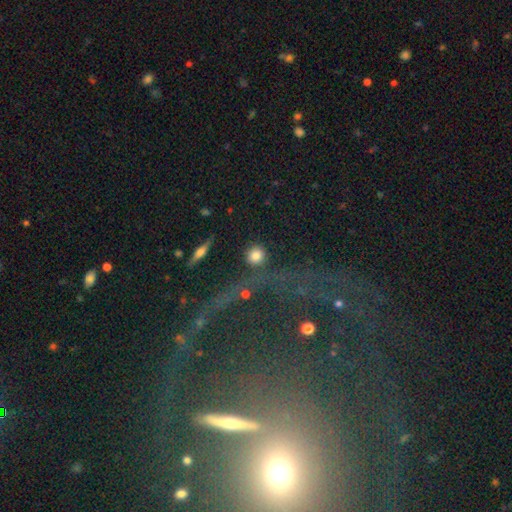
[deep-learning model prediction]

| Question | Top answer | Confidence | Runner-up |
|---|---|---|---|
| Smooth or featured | smooth | 81% | star or artifact (11%) |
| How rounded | round | 92% | in between (6%) |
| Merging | none | 80% | minor disturbance (9%) |